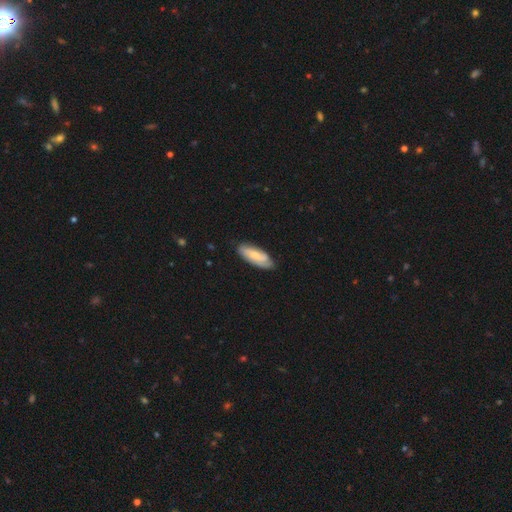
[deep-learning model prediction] Smooth or featured? Predicted: smooth (p=0.59). How rounded? Predicted: in between (p=0.70). Merging? Predicted: none (p=0.71).